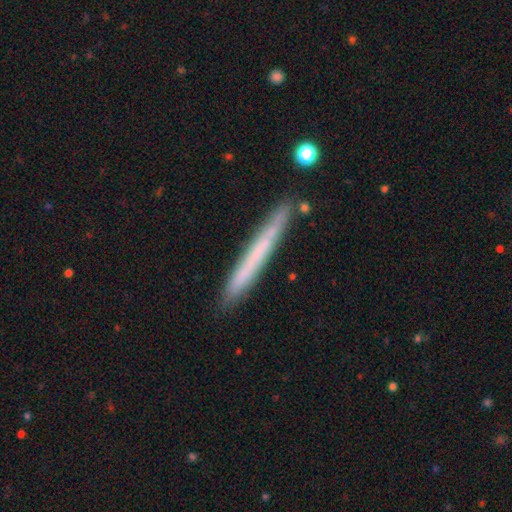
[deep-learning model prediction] A smooth galaxy with no disk features (54%) that is cigar-shaped (97%).

Vote fractions:
- Smooth or featured? smooth: 54% / featured or disk: 39% / star or artifact: 7%
- How rounded? cigar-shaped: 97% / in between: 2% / round: 1%
- Merging? none: 87% / minor disturbance: 9% / merger: 2% / major disturbance: 2%